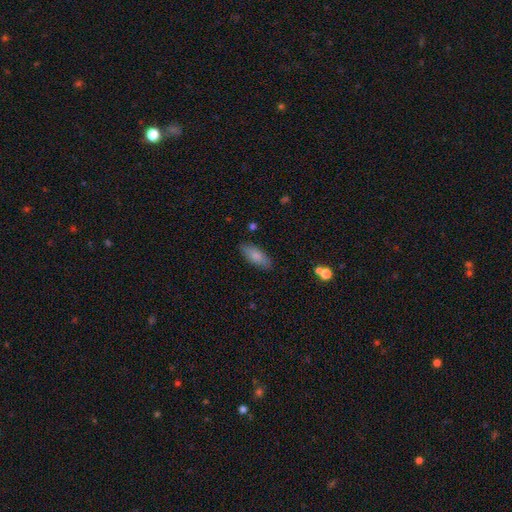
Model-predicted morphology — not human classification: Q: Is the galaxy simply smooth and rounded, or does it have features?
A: smooth — 81%.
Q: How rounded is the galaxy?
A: in between — 79%.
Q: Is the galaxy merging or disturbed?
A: none — 85%.